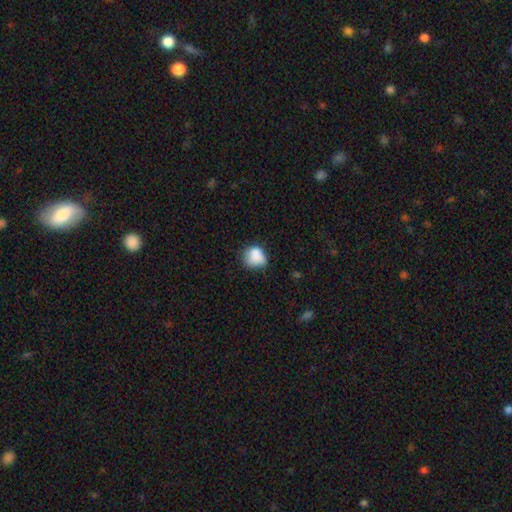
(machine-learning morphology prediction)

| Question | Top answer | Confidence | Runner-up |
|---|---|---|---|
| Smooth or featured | smooth | 80% | star or artifact (10%) |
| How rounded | round | 61% | in between (38%) |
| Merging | none | 43% | minor disturbance (37%) |